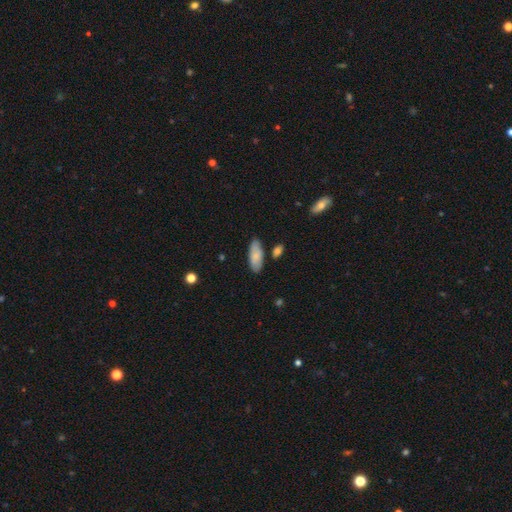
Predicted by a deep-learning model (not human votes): A smooth galaxy with no disk features (78%) that is in between round and cigar-shaped (82%).

Vote fractions:
- Smooth or featured? smooth: 78% / featured or disk: 16% / star or artifact: 6%
- How rounded? in between: 82% / cigar-shaped: 16% / round: 2%
- Merging? none: 79% / minor disturbance: 13% / merger: 5% / major disturbance: 3%